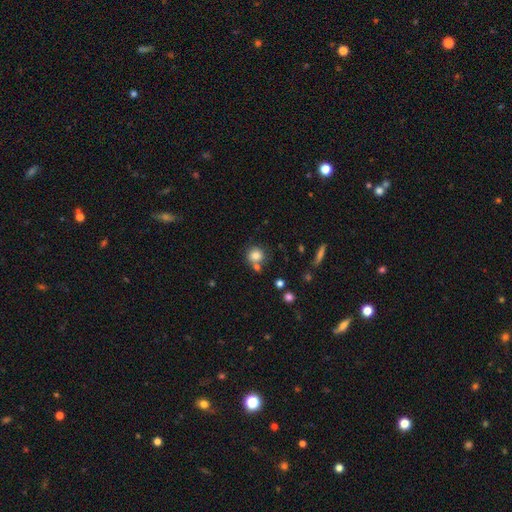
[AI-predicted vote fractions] Q: Smooth or featured?
A: smooth (81%); runner-up: star or artifact (11%)
Q: How rounded?
A: round (87%); runner-up: in between (12%)
Q: Merging?
A: none (63%); runner-up: merger (21%)